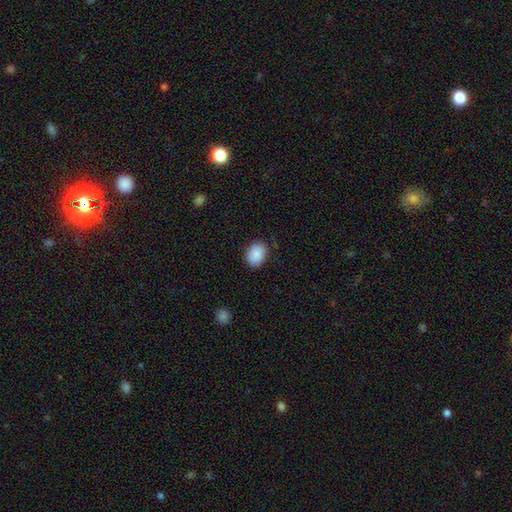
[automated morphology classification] smooth-or-featured: smooth: 89% | star or artifact: 7% | featured or disk: 4%
  how-rounded: in between: 63% | round: 36% | cigar-shaped: 1%
  merging: none: 81% | minor disturbance: 15% | major disturbance: 3% | merger: 1%